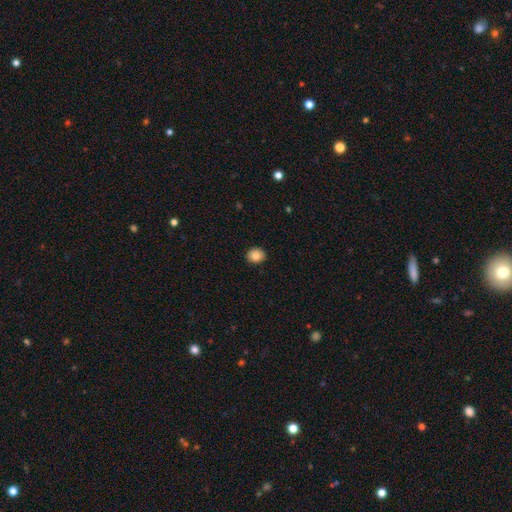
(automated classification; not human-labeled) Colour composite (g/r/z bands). It shows a smooth galaxy with no disk features (82%) that is round (76%). Merging: none (91%).